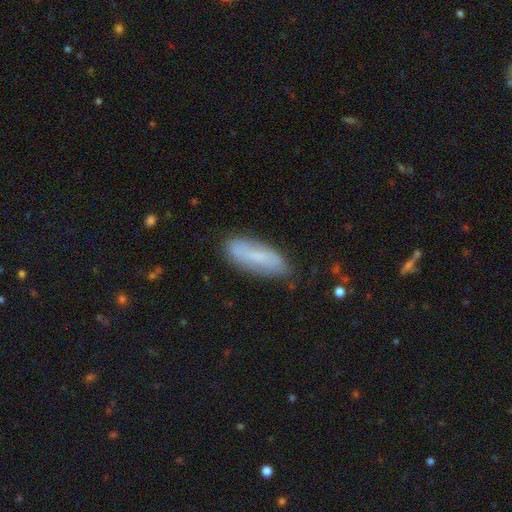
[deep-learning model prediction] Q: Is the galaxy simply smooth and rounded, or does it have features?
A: smooth — 60%.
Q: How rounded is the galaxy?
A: in between — 59%.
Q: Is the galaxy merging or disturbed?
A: none — 77%.